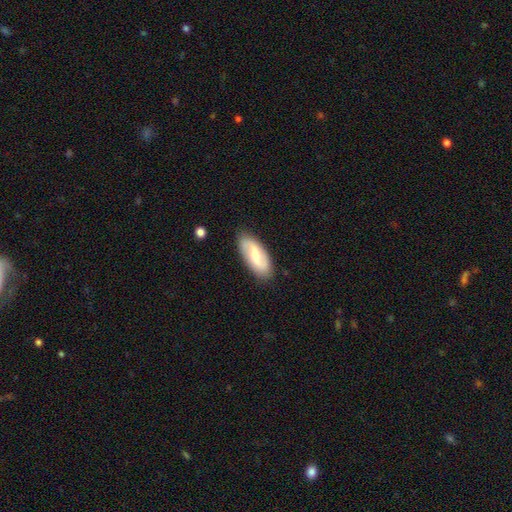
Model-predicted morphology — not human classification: Smooth or featured?
  - featured or disk: 52% *
  - smooth: 43%
  - star or artifact: 6%
Edge-on disk?
  - no: 91% *
  - yes: 9%
Merging?
  - none: 85% *
  - minor disturbance: 11%
  - major disturbance: 3%
  - merger: 1%